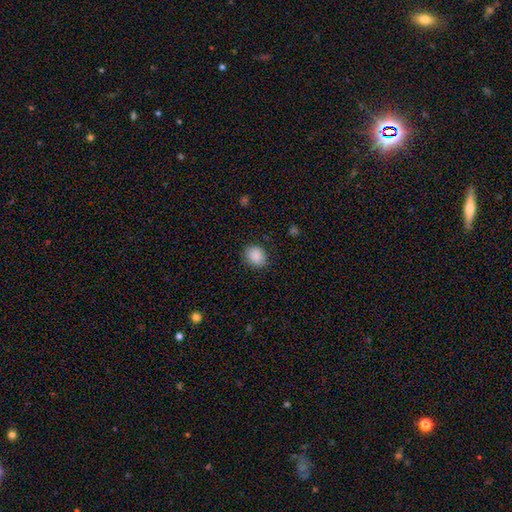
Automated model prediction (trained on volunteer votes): smooth_or_featured: smooth (p=0.88) [alt: star or artifact p=0.08]
how_rounded: round (p=0.57) [alt: in between p=0.42]
merging: none (p=0.79) [alt: minor disturbance p=0.16]